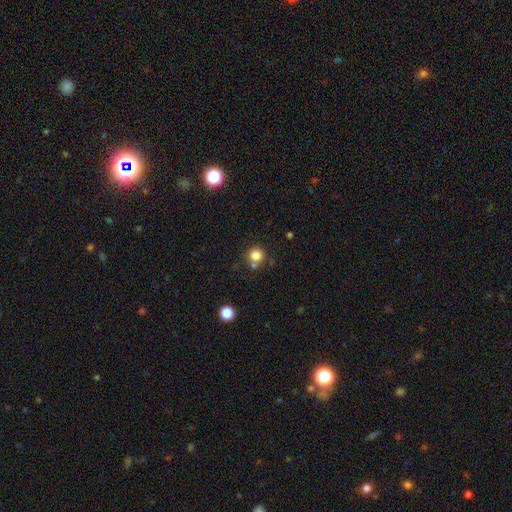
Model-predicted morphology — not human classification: A smooth galaxy with no disk features (81%) that is round (90%). Merging: none (68%).